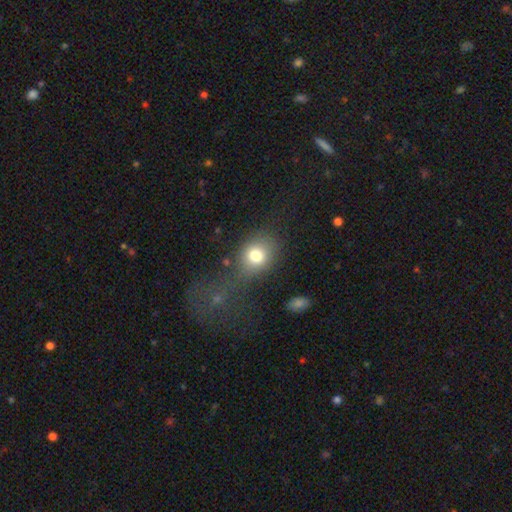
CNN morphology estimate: Q: Smooth or featured?
A: smooth (78%); runner-up: star or artifact (11%)
Q: How rounded?
A: round (56%); runner-up: in between (42%)
Q: Merging?
A: none (55%); runner-up: minor disturbance (18%)